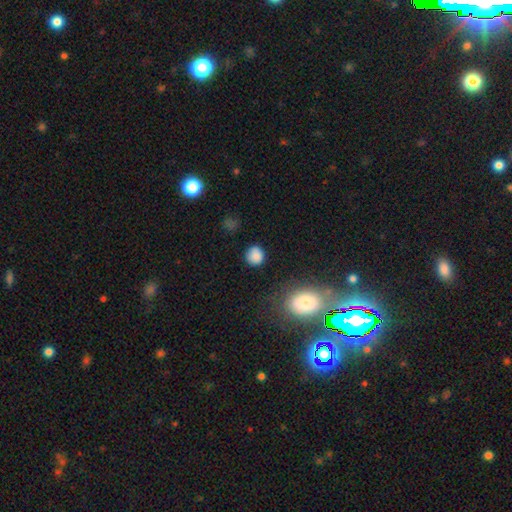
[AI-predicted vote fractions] This is clearly a smooth galaxy (85%). How rounded: clearly round (87%). Merging: clearly none (83%).